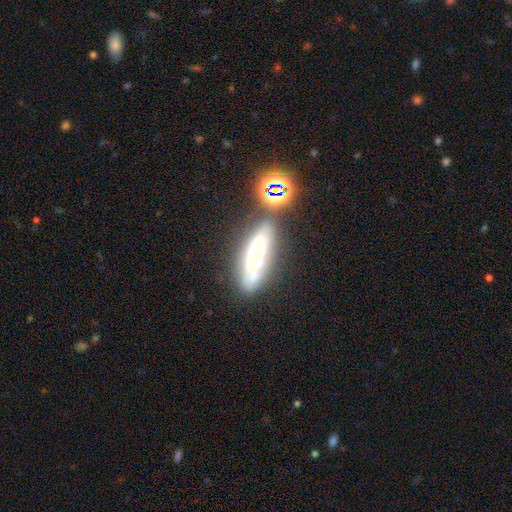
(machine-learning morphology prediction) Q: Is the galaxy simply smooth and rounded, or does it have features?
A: featured or disk — 50%.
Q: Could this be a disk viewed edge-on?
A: no — 66%.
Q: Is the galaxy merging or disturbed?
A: none — 57%.